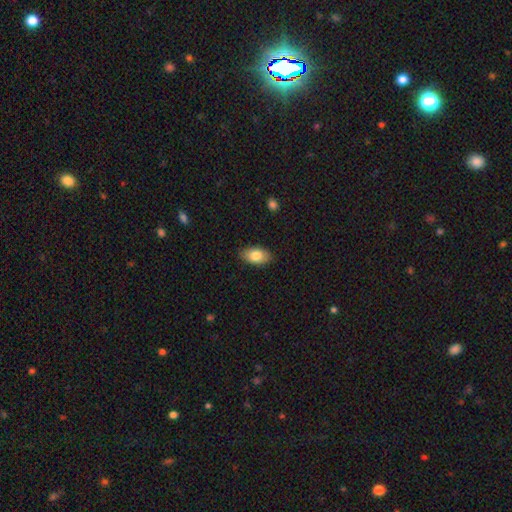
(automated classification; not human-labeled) Smooth or featured?
  - smooth: 81% *
  - featured or disk: 12%
  - star or artifact: 7%
How rounded?
  - in between: 92% *
  - round: 6%
  - cigar-shaped: 2%
Merging?
  - none: 86% *
  - minor disturbance: 11%
  - major disturbance: 2%
  - merger: 1%